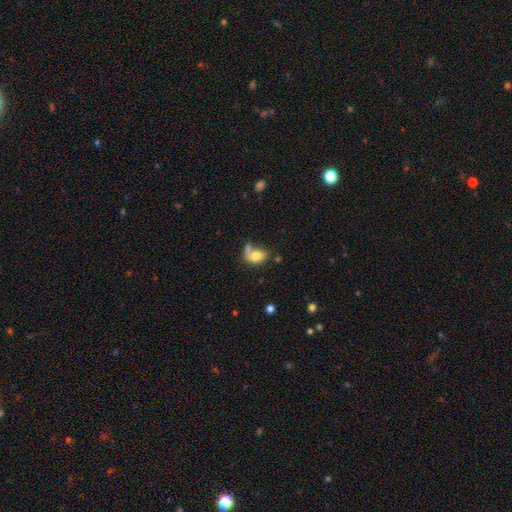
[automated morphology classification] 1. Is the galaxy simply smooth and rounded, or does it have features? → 75% smooth, 16% featured or disk, 9% star or artifact.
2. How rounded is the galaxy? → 75% in between, 23% round, 2% cigar-shaped.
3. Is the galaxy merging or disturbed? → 38% none, 30% merger, 18% minor disturbance, 14% major disturbance.